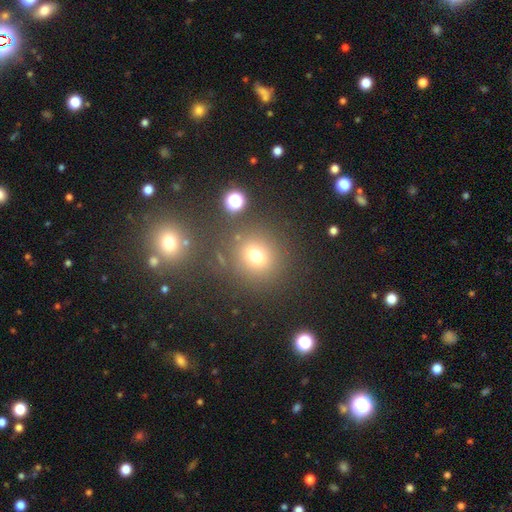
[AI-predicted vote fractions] Smooth or featured: smooth — 71% (star or artifact — 21%)
How rounded: round — 89% (in between — 10%)
Merging: none — 81% (minor disturbance — 9%)